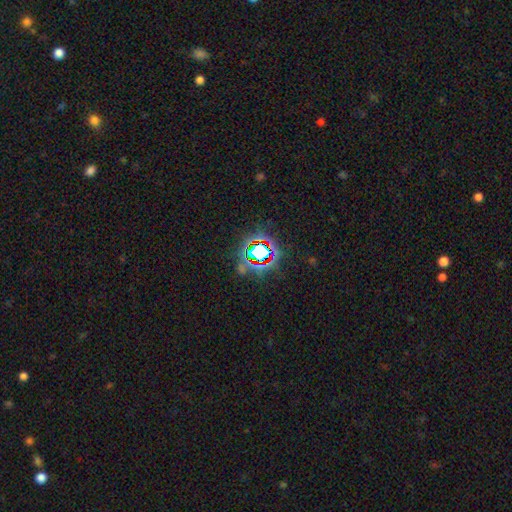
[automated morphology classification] star or artifact 76%, smooth 14%, featured or disk 10%.